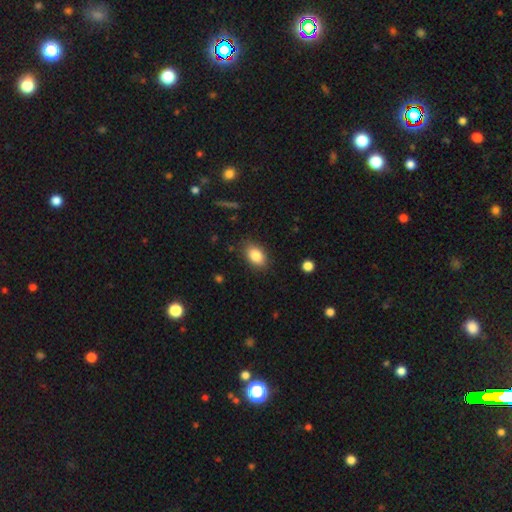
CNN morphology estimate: smooth_or_featured: smooth (p=0.85) [alt: star or artifact p=0.08]
how_rounded: in between (p=0.85) [alt: round p=0.13]
merging: none (p=0.84) [alt: minor disturbance p=0.12]